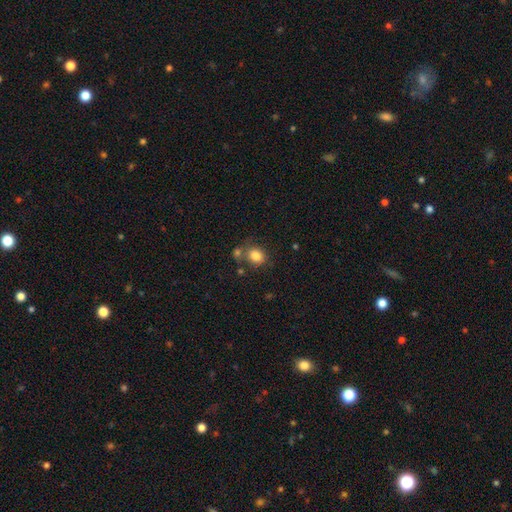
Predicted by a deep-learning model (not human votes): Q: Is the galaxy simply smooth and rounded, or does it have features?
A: smooth — 83%.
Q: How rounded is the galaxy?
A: round — 68%.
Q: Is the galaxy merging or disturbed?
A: none — 63%.